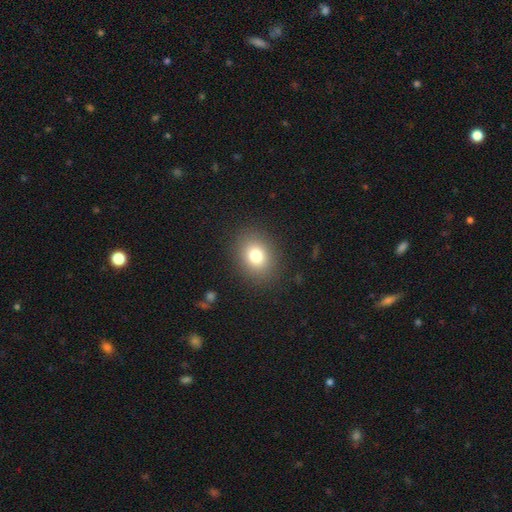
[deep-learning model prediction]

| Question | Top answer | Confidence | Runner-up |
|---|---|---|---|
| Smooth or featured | smooth | 79% | star or artifact (12%) |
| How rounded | round | 50% | tied: in between (50%) |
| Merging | none | 88% | minor disturbance (8%) |